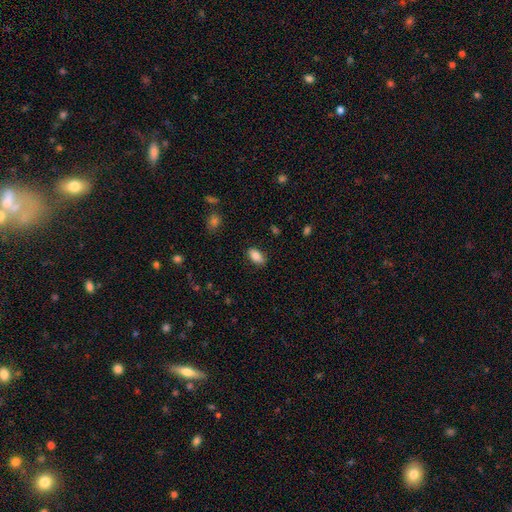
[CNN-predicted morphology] smooth_or_featured: smooth (p=0.83) [alt: featured or disk p=0.10]
how_rounded: in between (p=0.91) [alt: round p=0.05]
merging: none (p=0.83) [alt: minor disturbance p=0.13]